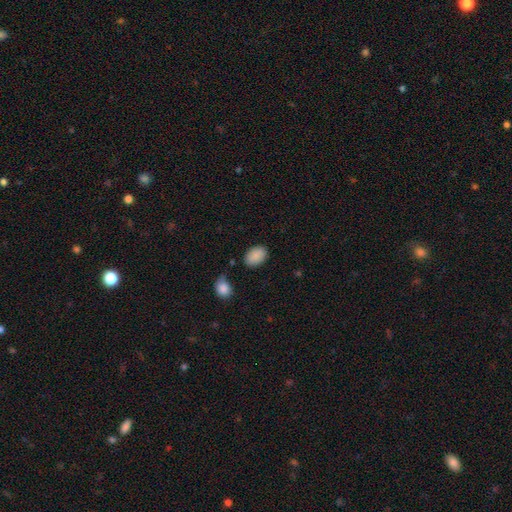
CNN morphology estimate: Overall: smooth (89%). How rounded: in between (87%). Merging: none (81%).